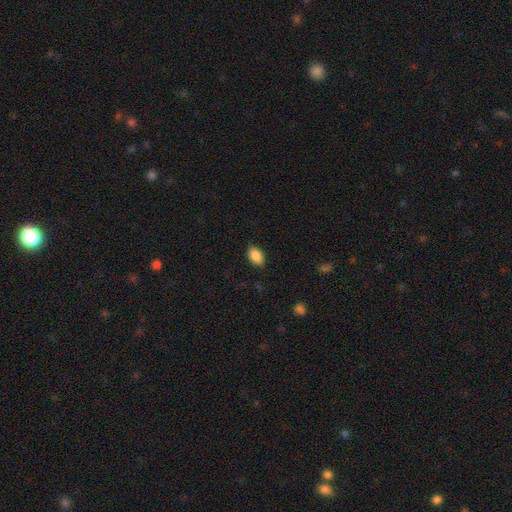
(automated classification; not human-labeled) smooth_or_featured: smooth (p=0.89) [alt: star or artifact p=0.07]
how_rounded: in between (p=0.91) [alt: round p=0.07]
merging: none (p=0.86) [alt: minor disturbance p=0.10]